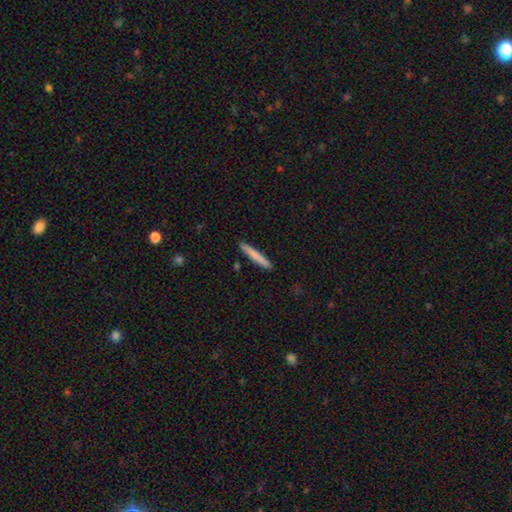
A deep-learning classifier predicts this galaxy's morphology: smooth_or_featured: smooth (p=0.79) [alt: featured or disk p=0.16]
how_rounded: cigar-shaped (p=0.96) [alt: in between p=0.03]
merging: none (p=0.91) [alt: minor disturbance p=0.06]